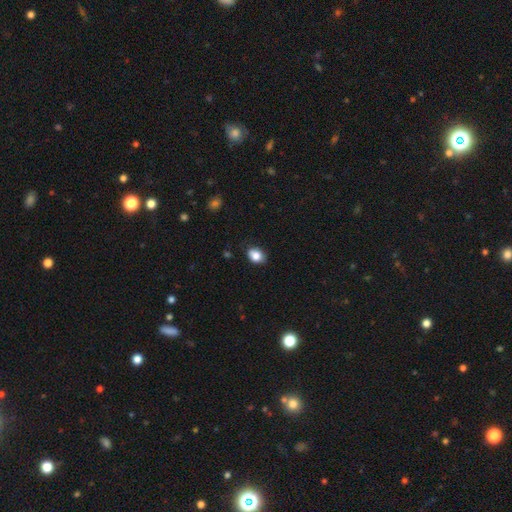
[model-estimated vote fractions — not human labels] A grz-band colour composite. It shows a smooth galaxy with no disk features (83%) that is in between round and cigar-shaped (70%). Merging: none (77%).